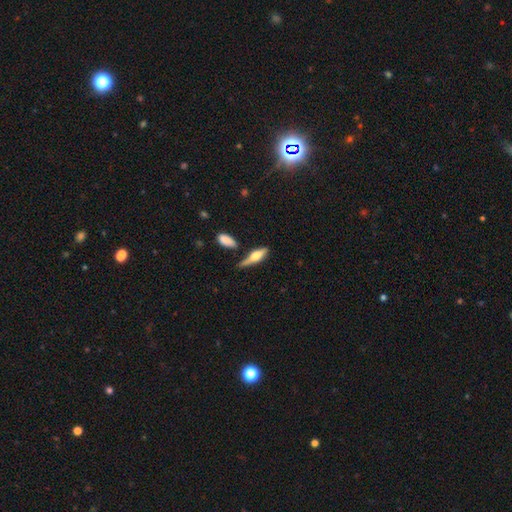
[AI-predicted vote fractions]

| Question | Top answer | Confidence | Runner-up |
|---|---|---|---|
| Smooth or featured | smooth | 48% | featured or disk (45%) |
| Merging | none | 60% | minor disturbance (21%) |